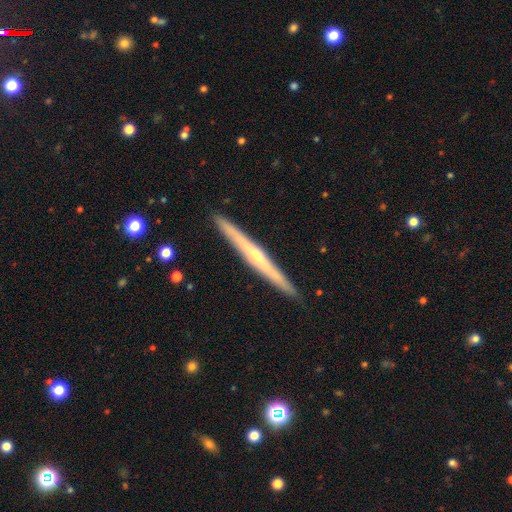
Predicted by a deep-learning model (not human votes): smooth_or_featured: featured or disk (p=0.72) [alt: smooth p=0.23]
disk_edge_on: yes (p=0.98) [alt: no p=0.02]
edge_on_bulge: rounded (p=0.66) [alt: none p=0.28]
merging: none (p=0.92) [alt: minor disturbance p=0.06]